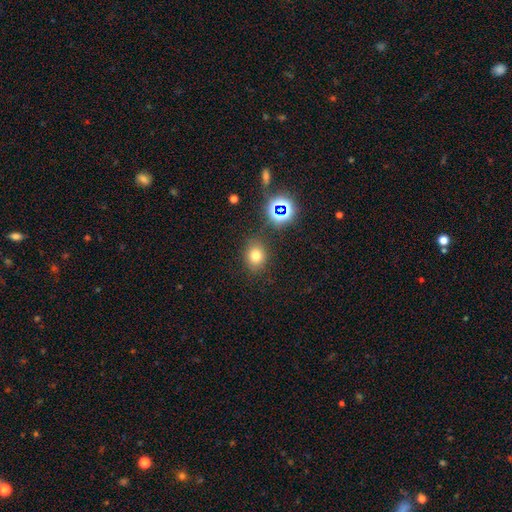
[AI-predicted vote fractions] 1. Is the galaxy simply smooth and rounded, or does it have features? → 71% smooth, 20% star or artifact, 9% featured or disk.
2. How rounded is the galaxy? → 61% round, 38% in between, 1% cigar-shaped.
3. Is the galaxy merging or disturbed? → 81% none, 11% minor disturbance, 4% major disturbance, 4% merger.